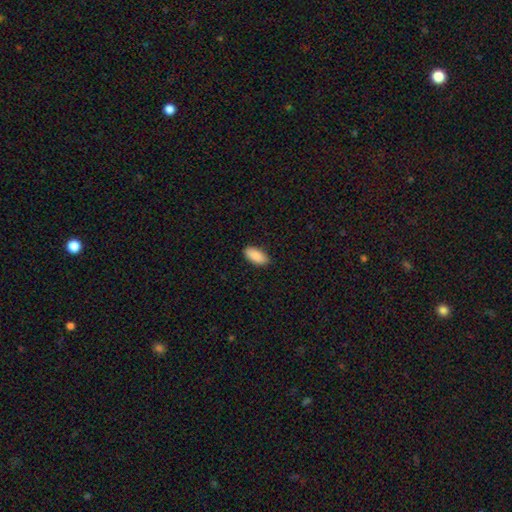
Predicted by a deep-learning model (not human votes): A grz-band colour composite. It shows a smooth galaxy with no disk features (90%) that is in between round and cigar-shaped (91%). Merging: none (87%).